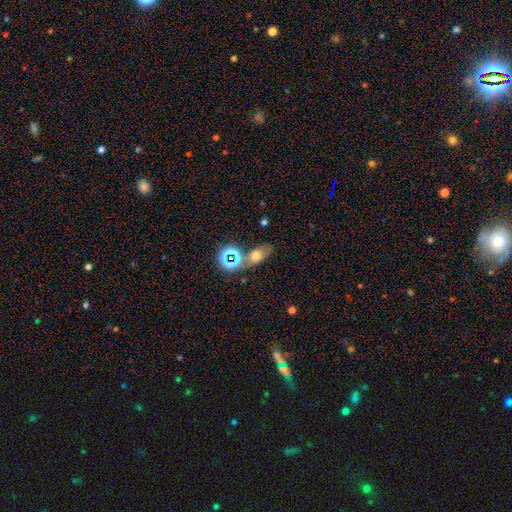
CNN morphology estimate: Smooth or featured: smooth — 60% (star or artifact — 23%)
How rounded: in between — 71% (round — 24%)
Merging: none — 57% (merger — 23%)